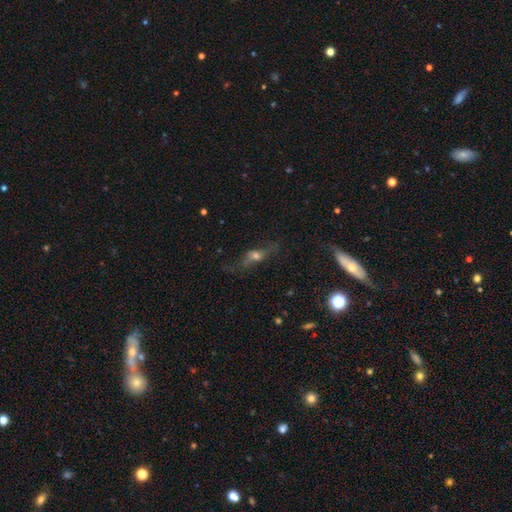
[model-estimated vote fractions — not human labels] smooth-or-featured: featured or disk: 56% | smooth: 28% | star or artifact: 17%
  disk-edge-on: yes: 51% | no: 49%
  merging: none: 58% | minor disturbance: 20% | major disturbance: 20% | merger: 3%